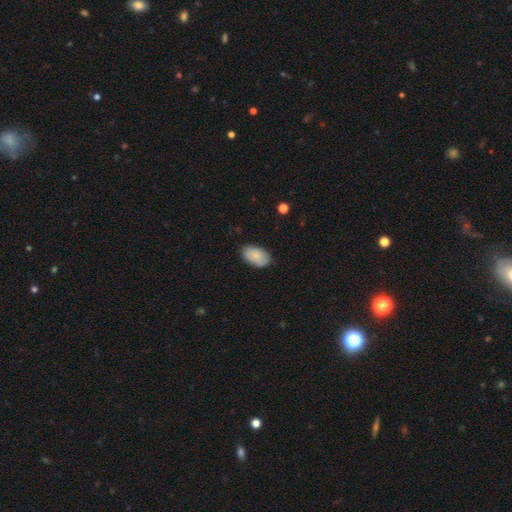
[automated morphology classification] The model was most divided on "merging": none: 84%, minor disturbance: 12%, major disturbance: 2%, merger: 1%. More confident: how rounded — in between (94%); smooth or featured — smooth (84%).